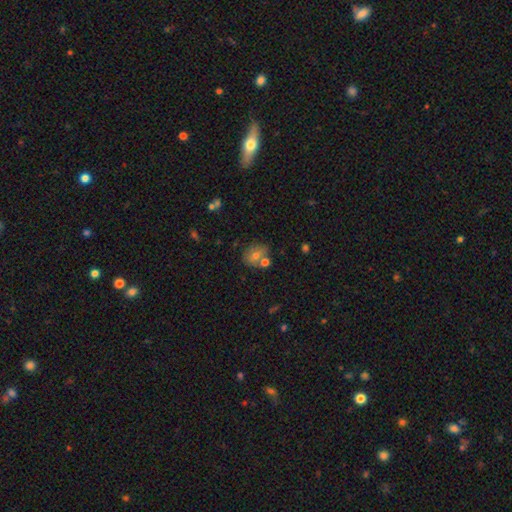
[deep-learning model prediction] smooth 67%, featured or disk 20%, star or artifact 12%. Down the decision tree: how rounded — round (60%); merging — none (59%).